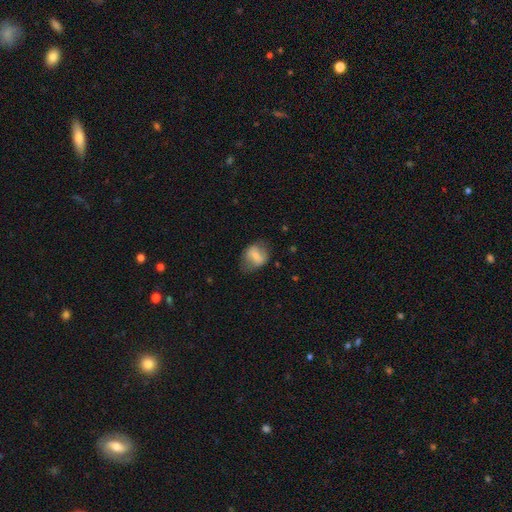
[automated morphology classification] The model was most divided on "how rounded": in between: 60%, round: 38%, cigar-shaped: 2%. More confident: merging — none (61%); smooth or featured — smooth (57%).